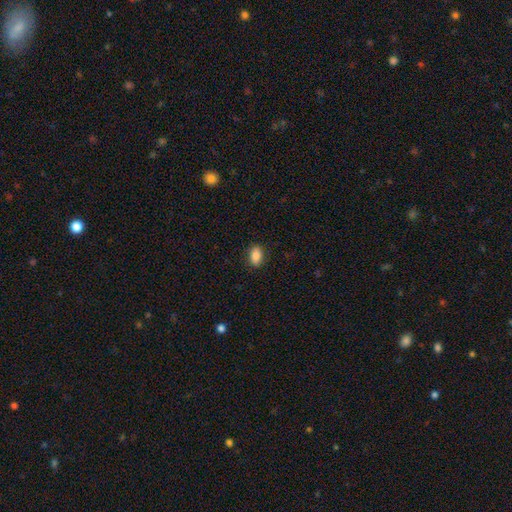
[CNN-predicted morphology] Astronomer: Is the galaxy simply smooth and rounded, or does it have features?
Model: smooth — 85%.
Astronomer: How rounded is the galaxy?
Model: in between — 85%.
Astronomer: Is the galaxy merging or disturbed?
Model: none — 89%.